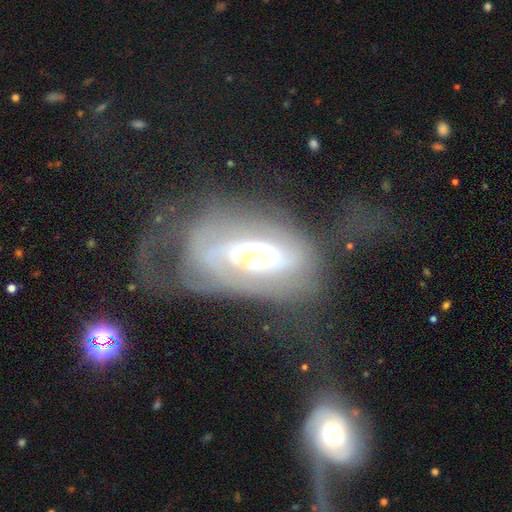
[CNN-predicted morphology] This appears to be a featured or disk galaxy (78%) with no bar (51%), spiral arms (69%) and a moderate central bulge (59%). Merging: major disturbance (47%).